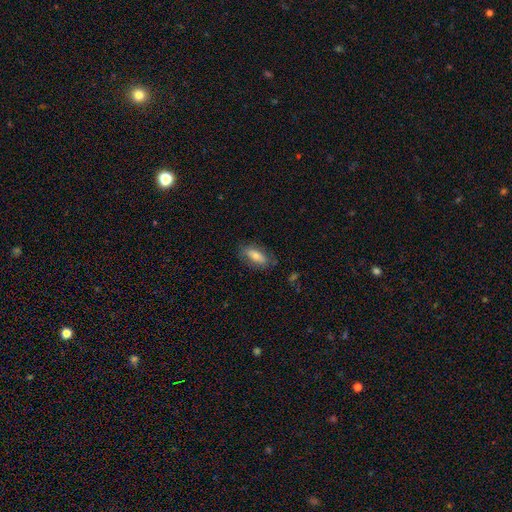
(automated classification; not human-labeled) A smooth galaxy with no disk features (68%) that is in between round and cigar-shaped (80%).

Vote fractions:
- Smooth or featured? smooth: 68% / featured or disk: 24% / star or artifact: 7%
- How rounded? in between: 80% / cigar-shaped: 16% / round: 4%
- Merging? none: 78% / minor disturbance: 16% / major disturbance: 4% / merger: 1%